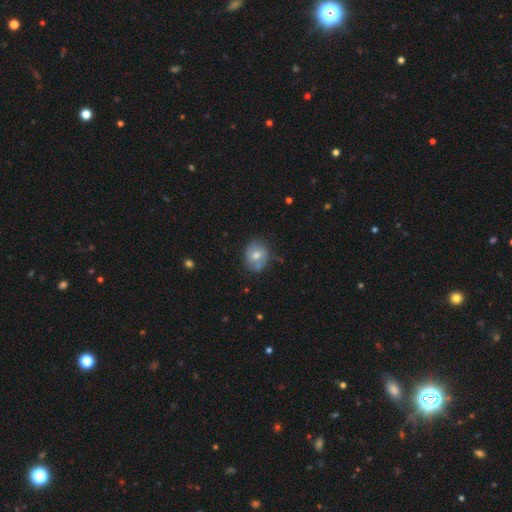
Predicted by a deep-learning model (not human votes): A smooth galaxy with no disk features (64%) that is round (58%). Merging: none (68%).